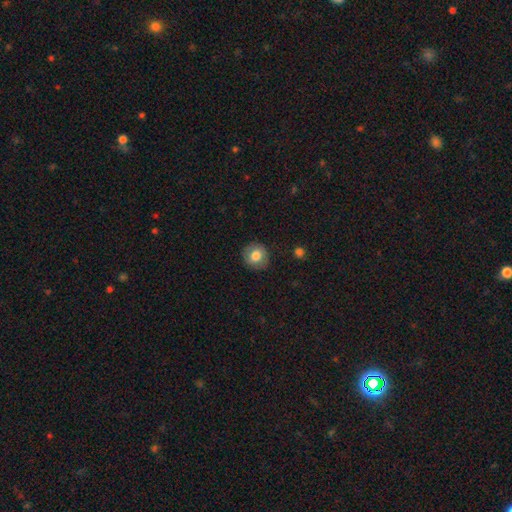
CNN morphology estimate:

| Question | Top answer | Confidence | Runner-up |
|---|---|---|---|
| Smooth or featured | smooth | 80% | featured or disk (12%) |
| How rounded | round | 88% | in between (11%) |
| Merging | none | 87% | minor disturbance (9%) |